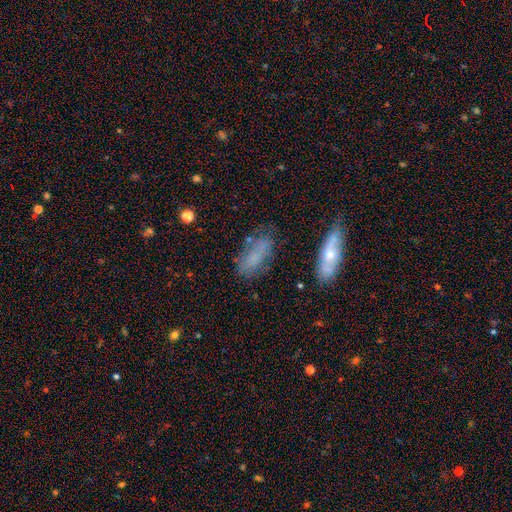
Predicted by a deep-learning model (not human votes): smooth-or-featured: smooth: 60% | featured or disk: 27% | star or artifact: 12%
  how-rounded: in between: 79% | cigar-shaped: 17% | round: 4%
  merging: none: 56% | minor disturbance: 25% | major disturbance: 11% | merger: 7%